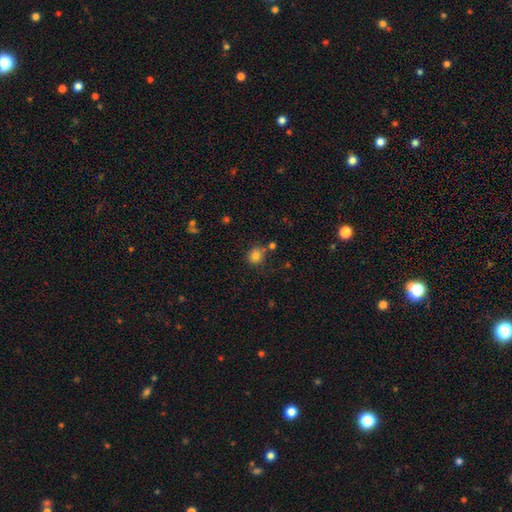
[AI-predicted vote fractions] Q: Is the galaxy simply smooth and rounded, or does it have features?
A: smooth — 81%.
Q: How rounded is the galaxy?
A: round — 77%.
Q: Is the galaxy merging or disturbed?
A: none — 71%.